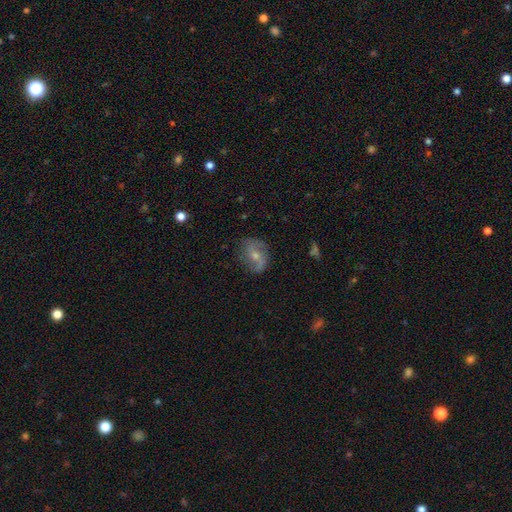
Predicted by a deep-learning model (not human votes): This appears to be a featured or disk galaxy (60%) with no bar (47%), spiral arms (80%) and a moderate central bulge (47%, tied with small). Merging: none (69%).